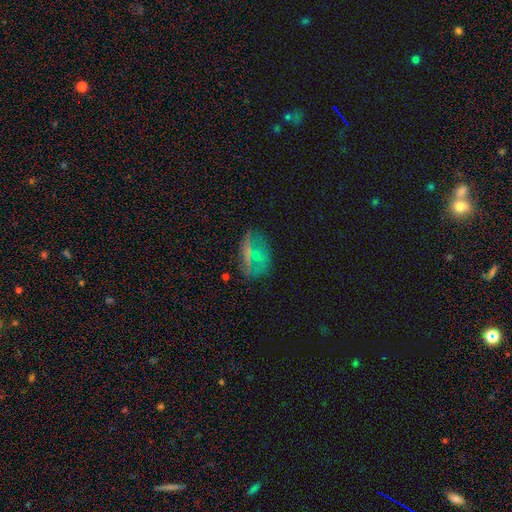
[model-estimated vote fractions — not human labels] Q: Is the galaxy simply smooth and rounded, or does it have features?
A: smooth — 39%.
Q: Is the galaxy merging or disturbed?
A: none — 59%.